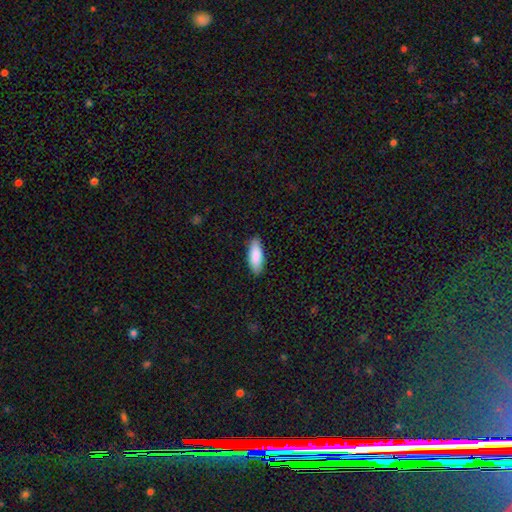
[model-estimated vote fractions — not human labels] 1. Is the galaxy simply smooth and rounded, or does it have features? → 88% smooth, 7% featured or disk, 5% star or artifact.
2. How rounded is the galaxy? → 73% in between, 26% cigar-shaped, 2% round.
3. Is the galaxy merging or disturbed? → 88% none, 9% minor disturbance, 2% major disturbance, 1% merger.